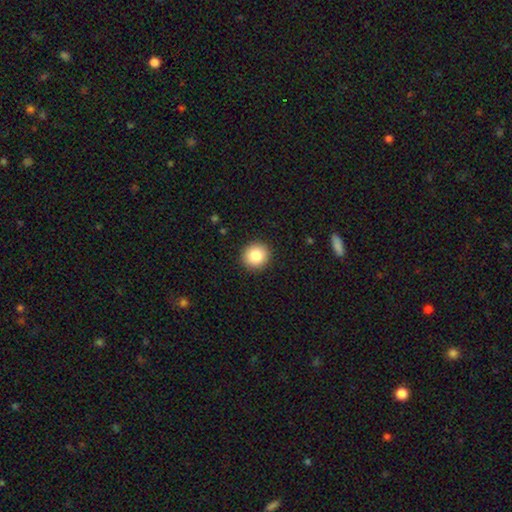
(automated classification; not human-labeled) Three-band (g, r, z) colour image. It shows a smooth galaxy with no disk features (84%) that is round (92%). Merging: none (92%).